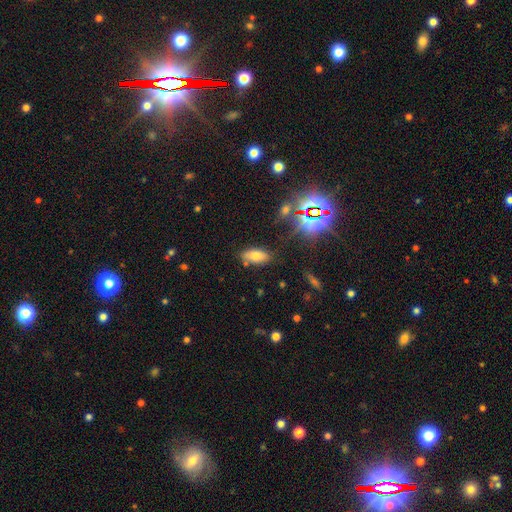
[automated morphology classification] A smooth galaxy with no disk features (71%) that is in between round and cigar-shaped (89%). Merging: none (77%).